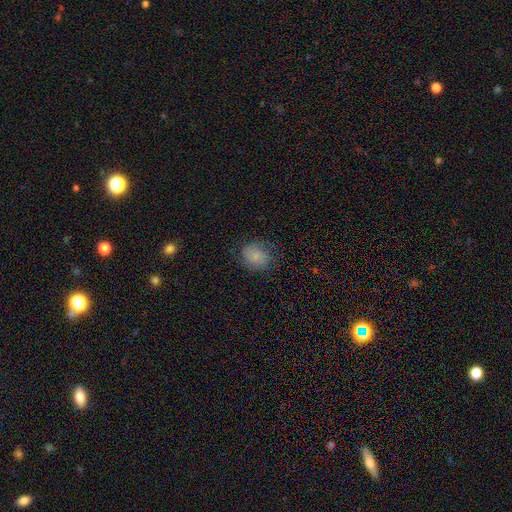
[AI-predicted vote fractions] smooth 77%, featured or disk 14%, star or artifact 9%. Down the decision tree: how rounded — round (64%); merging — none (74%).